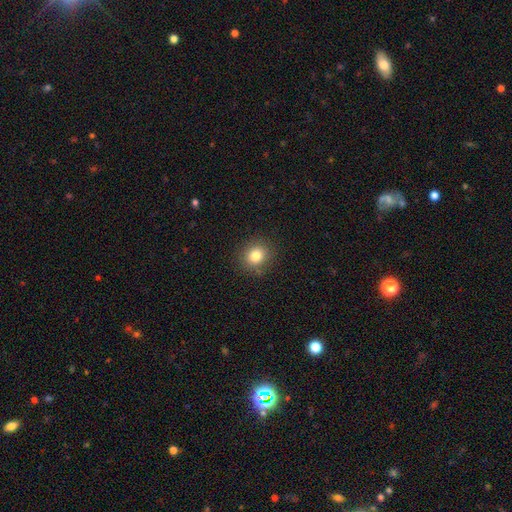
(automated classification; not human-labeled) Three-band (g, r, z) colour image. It shows a smooth galaxy with no disk features (82%) that is round (75%). Merging: none (88%).